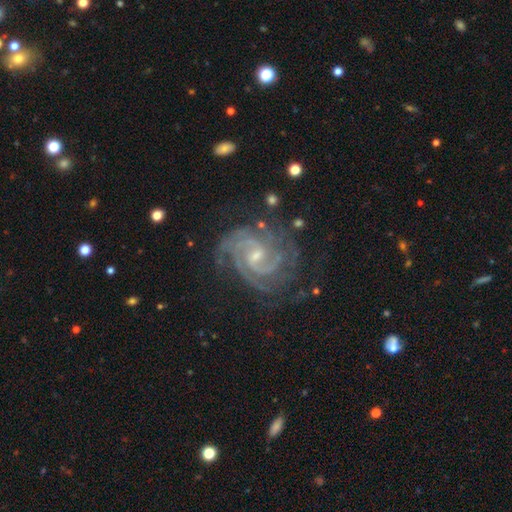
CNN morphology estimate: Overall: featured or disk (91%). Edge-on disk: no (98%). Bar: weak (50%; no 35%). Spiral arms: yes (99%). Spiral arm count: 2 (44%; 3 24%). Spiral winding: tight (66%; medium 30%). Bulge size: small (63%; moderate 32%). Merging: none (72%).